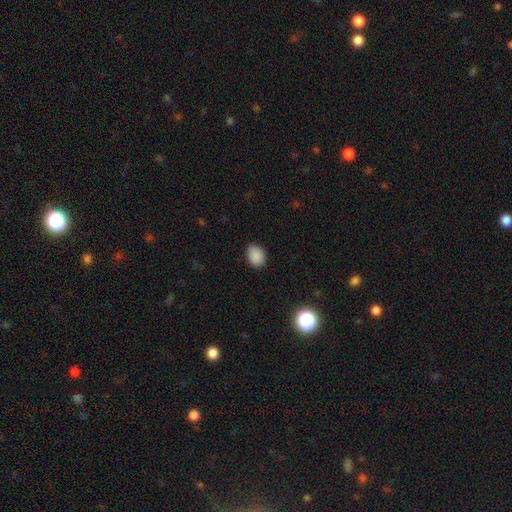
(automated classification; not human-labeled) A smooth galaxy with no disk features (88%) that is in between round and cigar-shaped (69%). Merging: none (82%).